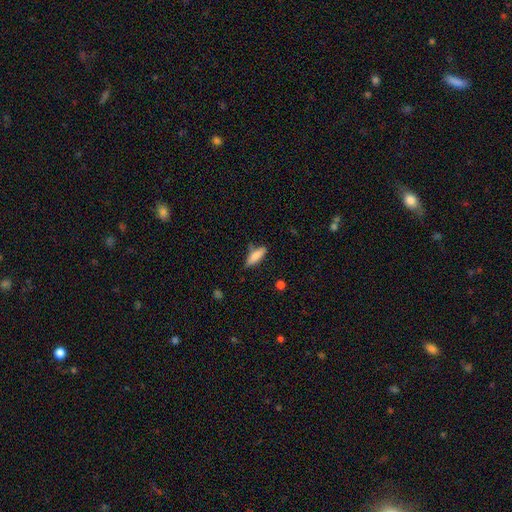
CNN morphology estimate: type=smooth (81%); roundness=in between (54%); merging=none (70%).